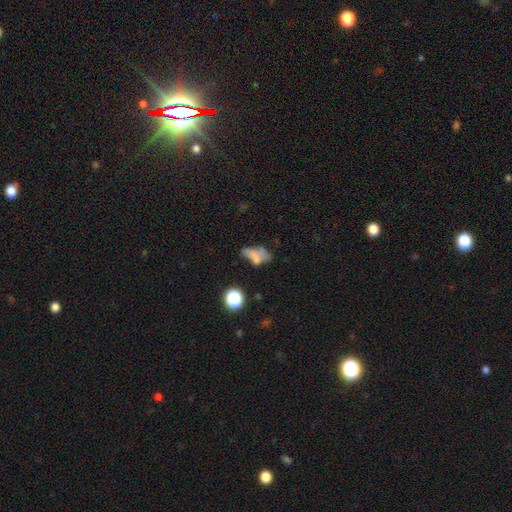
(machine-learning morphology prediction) smooth 58%, featured or disk 26%, star or artifact 17%. Down the decision tree: how rounded — in between (79%); merging — none (32%).